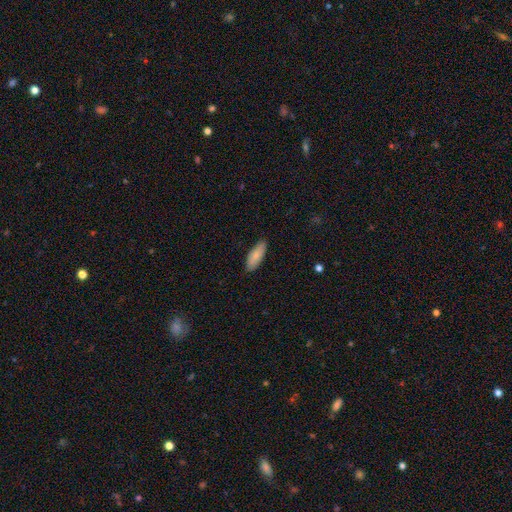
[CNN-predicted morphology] type=smooth (82%); roundness=in between (72%); merging=none (87%).